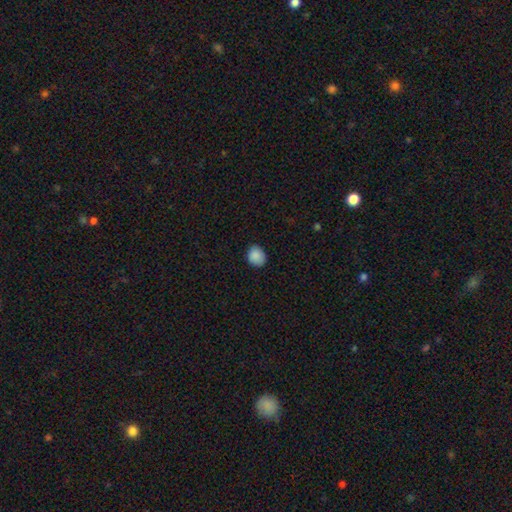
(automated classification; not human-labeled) Overall: smooth (88%). How rounded: round (58%; in between 41%). Merging: none (84%).